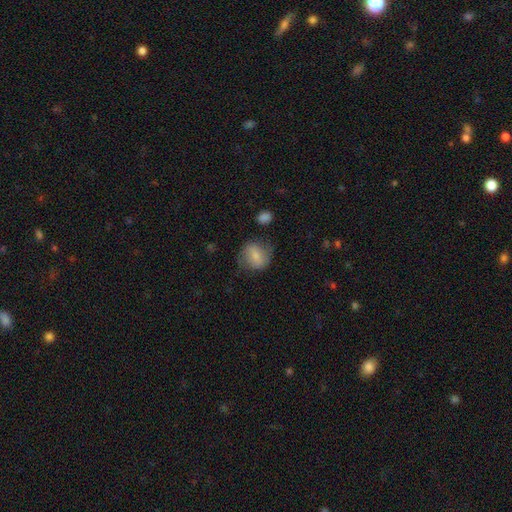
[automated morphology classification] Smooth or featured? Predicted: smooth (p=0.69). How rounded? Predicted: round (p=0.74). Merging? Predicted: none (p=0.67).